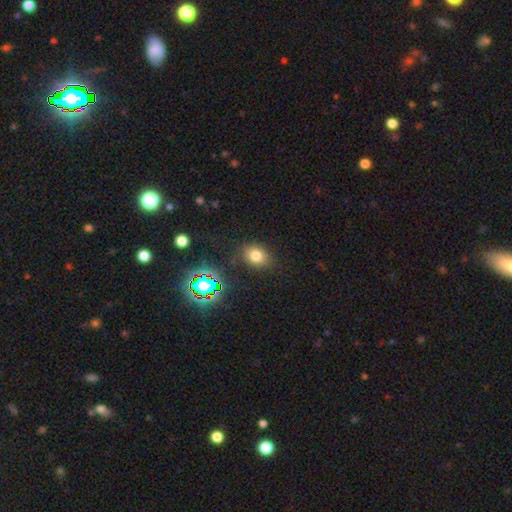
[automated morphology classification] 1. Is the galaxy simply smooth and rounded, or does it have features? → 73% smooth, 18% star or artifact, 9% featured or disk.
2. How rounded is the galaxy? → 52% round, 47% in between, 1% cigar-shaped.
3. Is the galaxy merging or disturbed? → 82% none, 12% minor disturbance, 4% major disturbance, 2% merger.